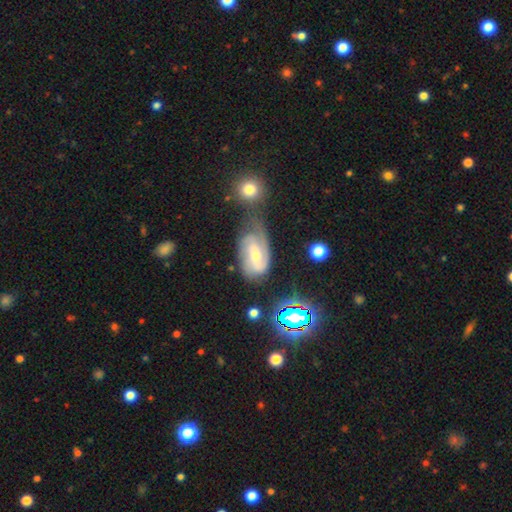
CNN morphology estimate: type=featured or disk (75%); edge-on=no (95%); bar=weak (46%); spiral arms=yes (93%); winding=tight (44%); arm count=2 (54%); bulge=moderate (48%); merging=none (44%).